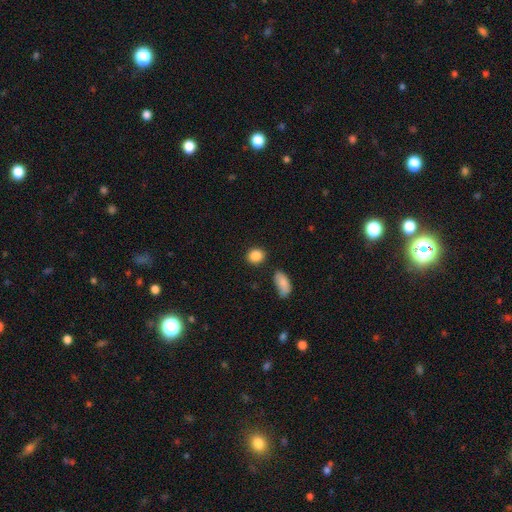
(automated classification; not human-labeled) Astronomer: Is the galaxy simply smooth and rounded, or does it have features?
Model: smooth — 87%.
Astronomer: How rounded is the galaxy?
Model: round — 70%.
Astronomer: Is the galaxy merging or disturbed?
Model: none — 83%.